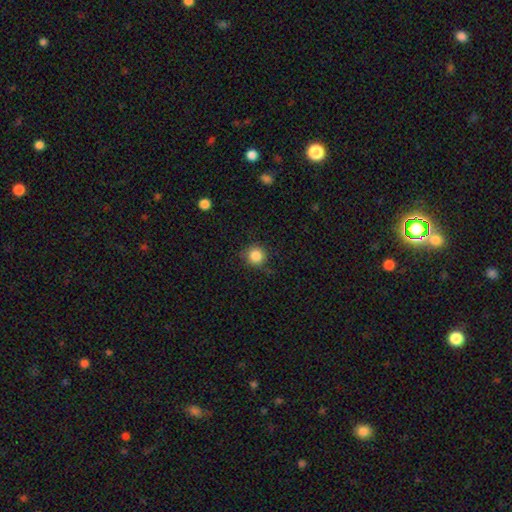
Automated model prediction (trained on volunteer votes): Morphology: type=smooth (85%); roundness=round (94%); merging=none (85%).